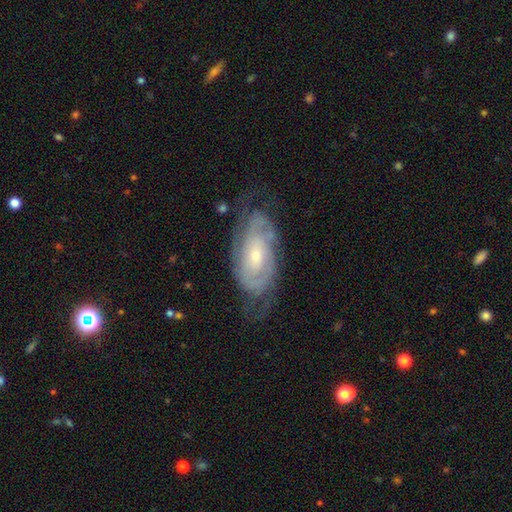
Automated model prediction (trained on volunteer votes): Q: Smooth or featured?
A: featured or disk (80%); runner-up: smooth (14%)
Q: Edge-on disk?
A: no (94%); runner-up: yes (6%)
Q: Bar?
A: no (69%); runner-up: weak (25%)
Q: Spiral arms?
A: yes (91%); runner-up: no (9%)
Q: Spiral winding?
A: tight (67%); runner-up: medium (26%)
Q: Spiral arm count?
A: can't tell (40%); runner-up: 2 (39%)
Q: Bulge size?
A: small (63%); runner-up: moderate (33%)
Q: Merging?
A: none (65%); runner-up: minor disturbance (23%)